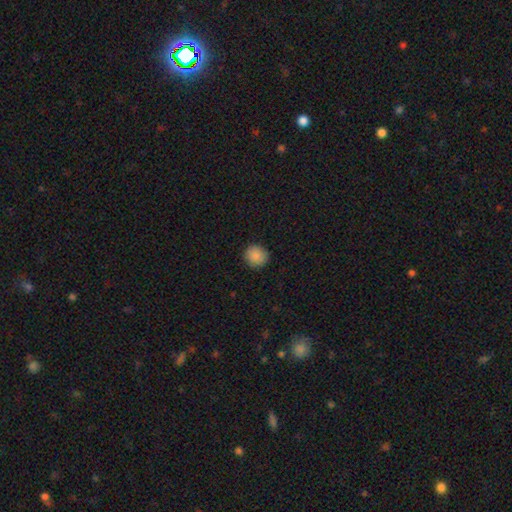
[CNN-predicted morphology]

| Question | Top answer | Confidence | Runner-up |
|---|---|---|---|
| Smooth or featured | smooth | 88% | star or artifact (8%) |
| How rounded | round | 92% | in between (7%) |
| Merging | none | 90% | minor disturbance (8%) |